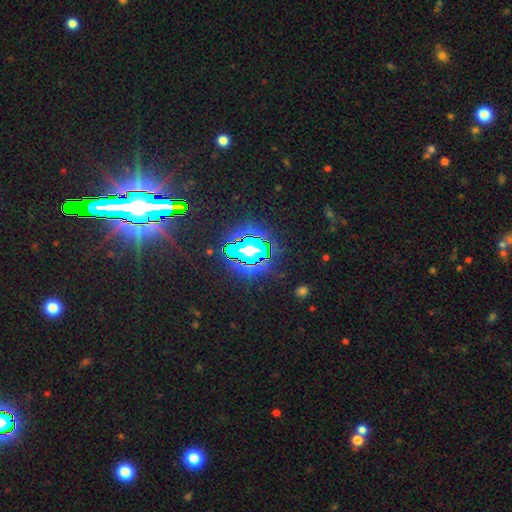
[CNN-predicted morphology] smooth-or-featured: star or artifact: 82% | featured or disk: 9% | smooth: 9%